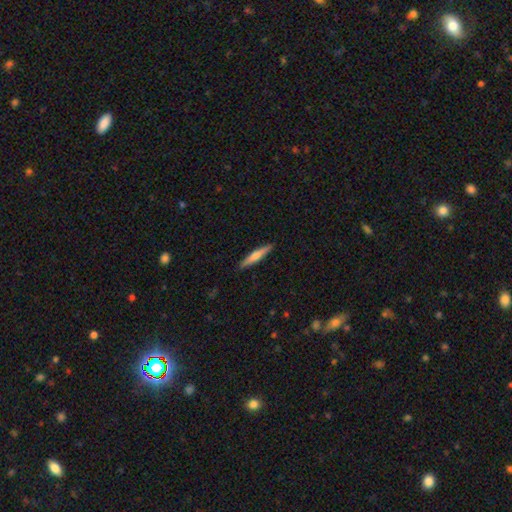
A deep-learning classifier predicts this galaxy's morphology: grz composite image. It shows a smooth galaxy with no disk features (58%) that is cigar-shaped (91%). Merging: none (91%).